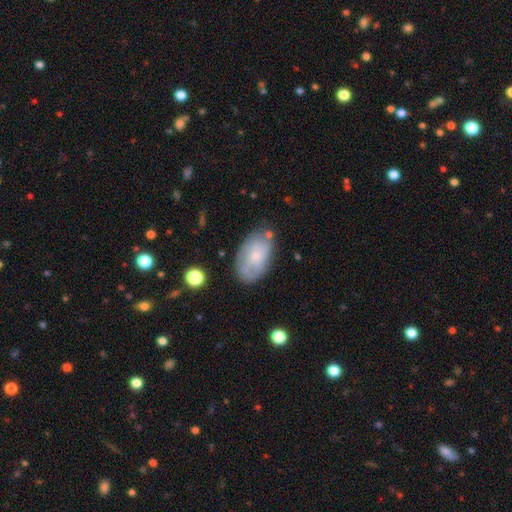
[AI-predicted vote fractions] Smooth or featured? Predicted: smooth (p=0.57). How rounded? Predicted: in between (p=0.92). Merging? Predicted: none (p=0.63).